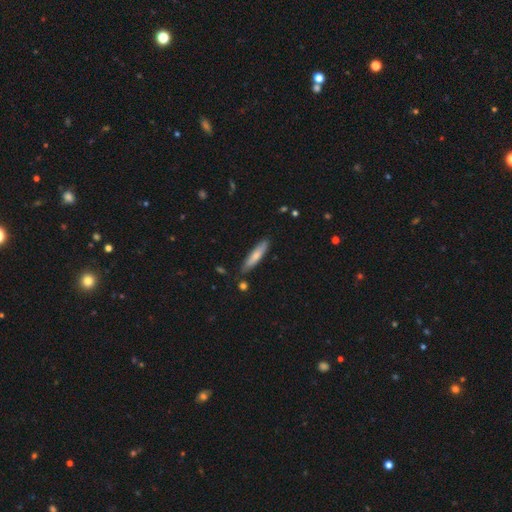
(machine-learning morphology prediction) Smooth or featured? smooth (71%)
How rounded? cigar-shaped (84%)
Merging? none (82%)